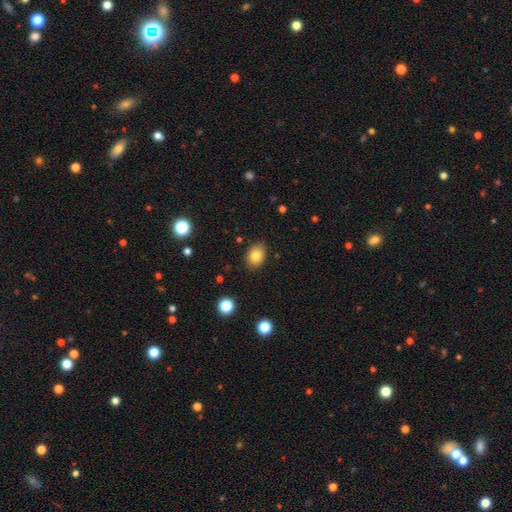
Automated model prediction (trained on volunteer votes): This is clearly a smooth galaxy (81%). How rounded: likely in between (68%). Merging: clearly none (86%).